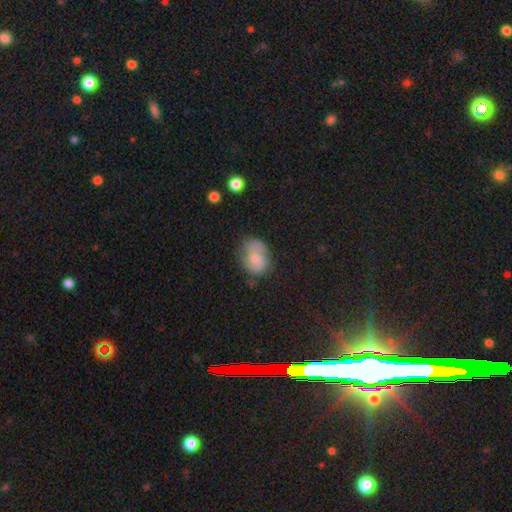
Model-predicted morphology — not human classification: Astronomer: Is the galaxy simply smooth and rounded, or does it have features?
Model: smooth — 59%.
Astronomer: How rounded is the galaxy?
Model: in between — 60% (runner-up: round, 39%).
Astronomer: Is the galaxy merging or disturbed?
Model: none — 56%.